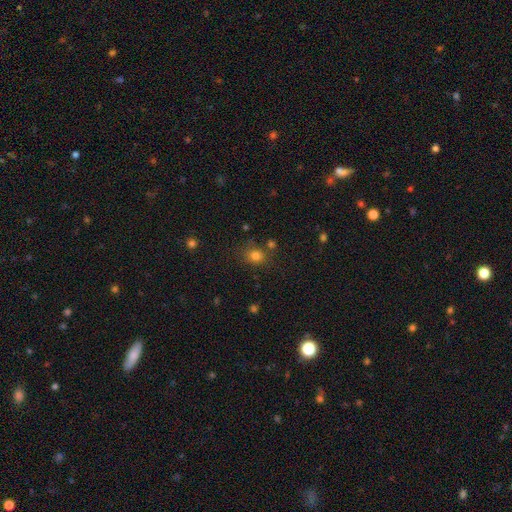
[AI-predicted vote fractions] Smooth or featured? Predicted: smooth (p=0.79). How rounded? Predicted: round (p=0.70). Merging? Predicted: none (p=0.75).